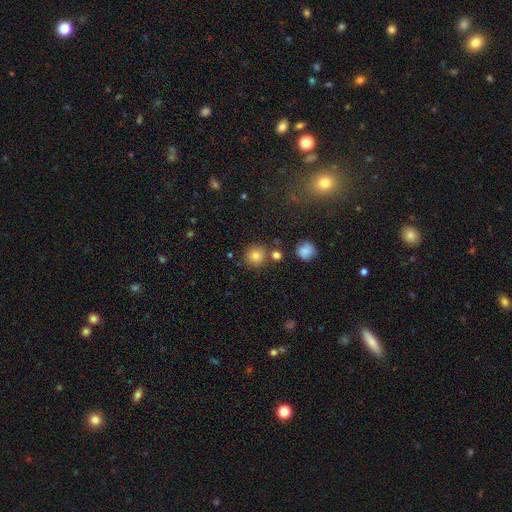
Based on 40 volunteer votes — Q: Smooth or featured?
A: smooth (85%); runner-up: featured or disk (10%)
Q: How rounded?
A: round (88%); runner-up: in between (12%)
Q: Merging?
A: none (66%); runner-up: merger (16%)